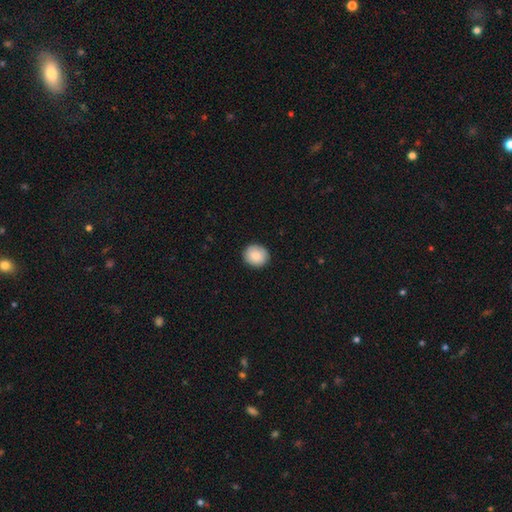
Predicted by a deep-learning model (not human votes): smooth 88%, star or artifact 7%, featured or disk 6%. Down the decision tree: how rounded — round (83%); merging — none (90%).